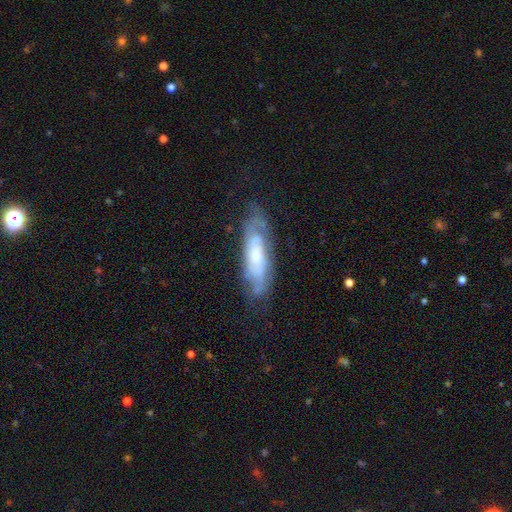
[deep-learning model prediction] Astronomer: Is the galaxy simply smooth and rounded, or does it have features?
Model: featured or disk — 68%.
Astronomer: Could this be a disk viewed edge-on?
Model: no — 76%.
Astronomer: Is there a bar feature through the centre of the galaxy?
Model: no — 69%.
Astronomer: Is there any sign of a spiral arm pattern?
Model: yes — 83%.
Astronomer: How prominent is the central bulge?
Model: small — 44% (runner-up: moderate, 41%).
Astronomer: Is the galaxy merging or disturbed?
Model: none — 67%.